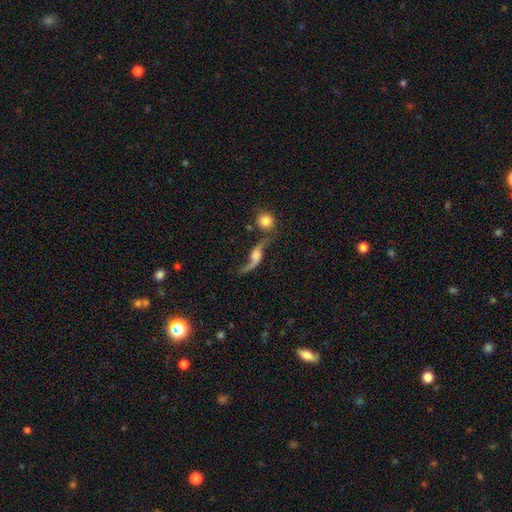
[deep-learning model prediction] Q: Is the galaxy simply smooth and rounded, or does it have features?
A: featured or disk — 82%.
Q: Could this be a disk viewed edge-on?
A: no — 82%.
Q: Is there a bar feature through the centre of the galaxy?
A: no — 57%.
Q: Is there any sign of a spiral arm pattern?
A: yes — 94%.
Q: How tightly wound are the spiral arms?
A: loose — 92%.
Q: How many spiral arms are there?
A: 2 — 92%.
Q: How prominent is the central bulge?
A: moderate — 34%.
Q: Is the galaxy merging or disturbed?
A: none — 59%.